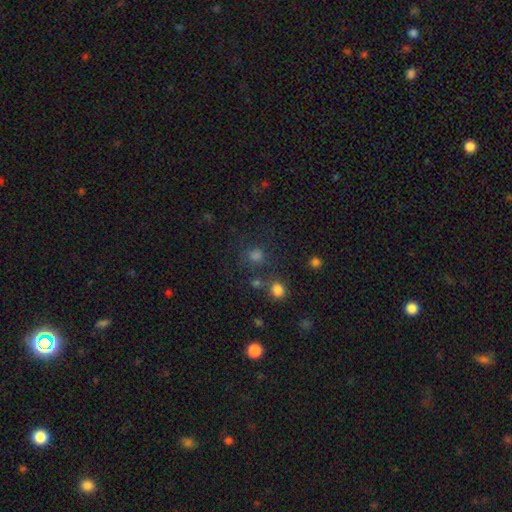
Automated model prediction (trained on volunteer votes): Smooth or featured: smooth — 69% (star or artifact — 24%)
How rounded: round — 86% (in between — 13%)
Merging: none — 73% (merger — 11%)